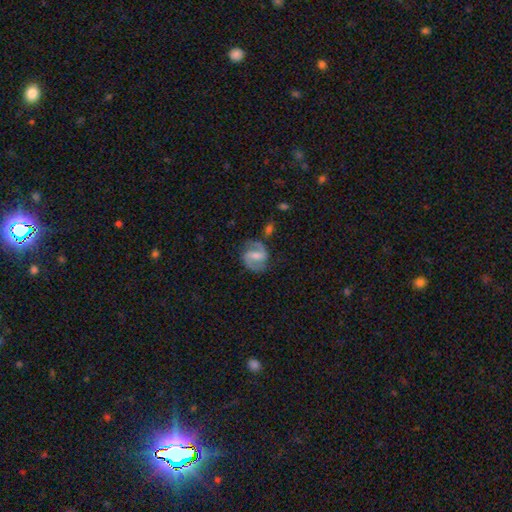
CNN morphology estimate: Smooth or featured?
  - featured or disk: 83% *
  - smooth: 12%
  - star or artifact: 5%
Edge-on disk?
  - no: 98% *
  - yes: 2%
Bar?
  - weak: 48% *
  - strong: 35%
  - no: 17%
Spiral arms?
  - yes: 96% *
  - no: 4%
Spiral winding?
  - medium: 57% *
  - loose: 22%
  - tight: 21%
Spiral arm count?
  - 2: 92% *
  - can't tell: 3%
  - 1: 2%
  - 3: 1%
  - 4: 1%
  - more than 4: 1%
Bulge size?
  - moderate: 43% *
  - small: 41%
  - none: 11%
  - large: 5%
  - dominant: 1%
Merging?
  - none: 76% *
  - minor disturbance: 15%
  - major disturbance: 5%
  - merger: 3%